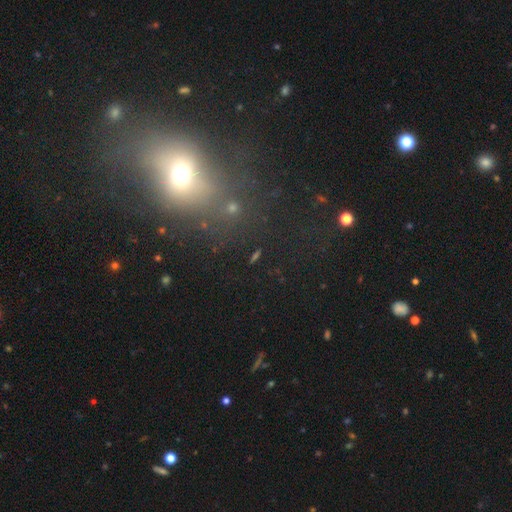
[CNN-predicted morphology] Overall: star or artifact (48%; smooth 36%).